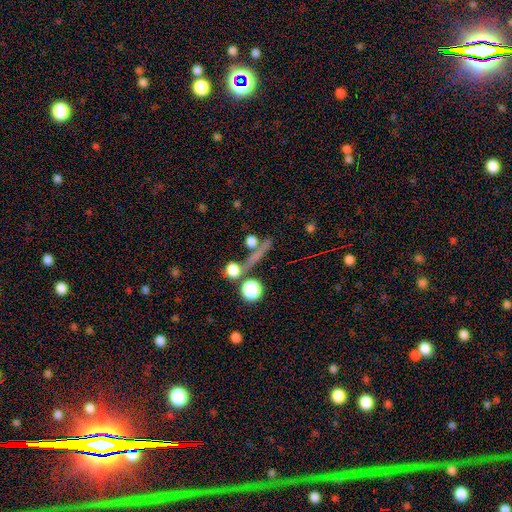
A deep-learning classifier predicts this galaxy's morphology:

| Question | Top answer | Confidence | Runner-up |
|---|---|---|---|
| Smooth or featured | smooth | 40% | star or artifact (35%) |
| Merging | none | 66% | merger (17%) |